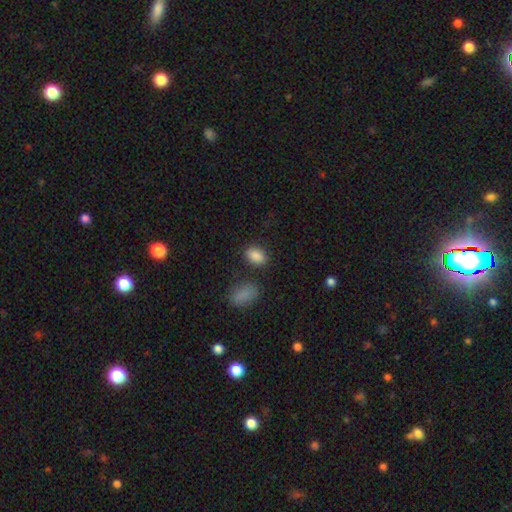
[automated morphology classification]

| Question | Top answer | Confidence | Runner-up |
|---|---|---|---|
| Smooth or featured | smooth | 88% | star or artifact (8%) |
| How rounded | in between | 86% | round (12%) |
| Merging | none | 81% | minor disturbance (11%) |